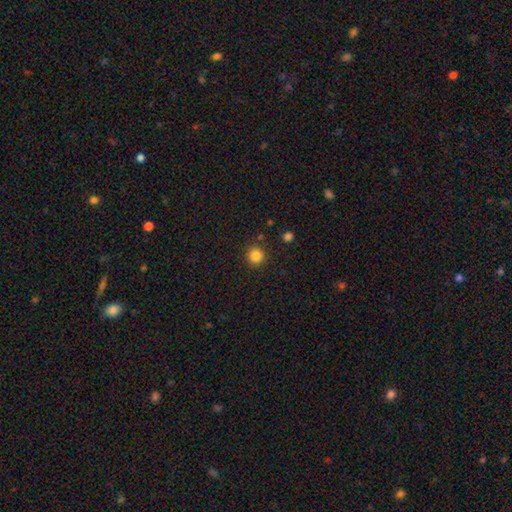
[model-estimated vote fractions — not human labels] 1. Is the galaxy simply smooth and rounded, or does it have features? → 84% smooth, 12% star or artifact, 4% featured or disk.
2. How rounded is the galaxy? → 94% round, 5% in between, 1% cigar-shaped.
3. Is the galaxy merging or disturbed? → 89% none, 6% minor disturbance, 2% merger, 2% major disturbance.